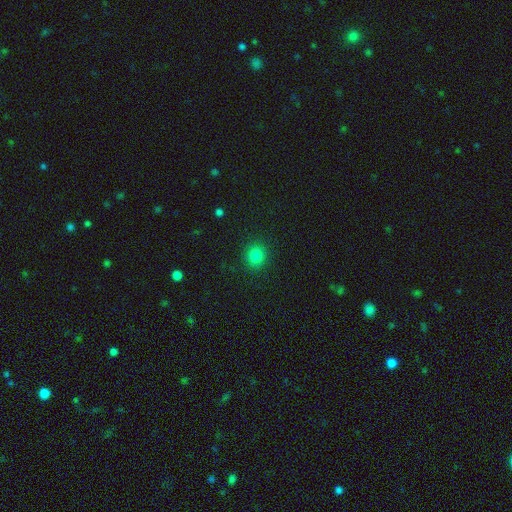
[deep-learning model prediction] Smooth or featured? Predicted: smooth (p=0.82). How rounded? Predicted: round (p=0.81). Merging? Predicted: none (p=0.90).